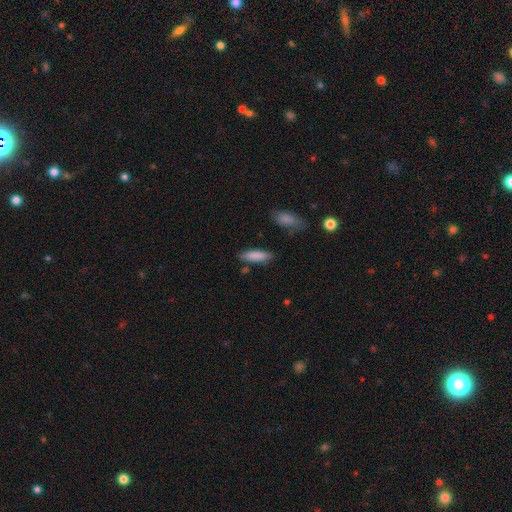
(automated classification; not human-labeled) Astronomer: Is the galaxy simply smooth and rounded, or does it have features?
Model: smooth — 85%.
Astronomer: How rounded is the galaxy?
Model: cigar-shaped — 59% (runner-up: in between, 39%).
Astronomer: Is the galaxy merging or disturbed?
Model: none — 82%.